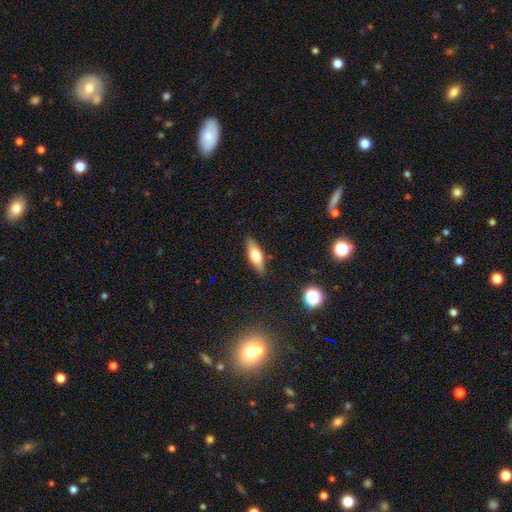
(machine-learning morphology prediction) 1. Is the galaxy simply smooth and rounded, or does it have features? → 58% smooth, 34% featured or disk, 7% star or artifact.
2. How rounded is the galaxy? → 56% in between, 40% cigar-shaped, 3% round.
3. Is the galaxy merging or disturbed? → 87% none, 9% minor disturbance, 2% major disturbance, 1% merger.